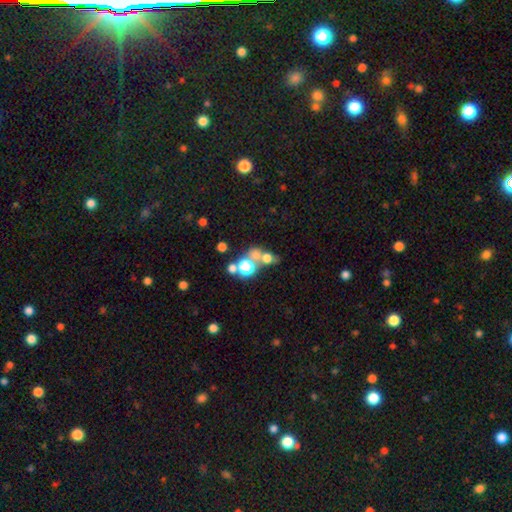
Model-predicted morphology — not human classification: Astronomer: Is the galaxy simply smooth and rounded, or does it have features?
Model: smooth — 55%.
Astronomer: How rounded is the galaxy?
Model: round — 77%.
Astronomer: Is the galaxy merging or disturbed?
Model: merger — 46% (runner-up: none, 39%).